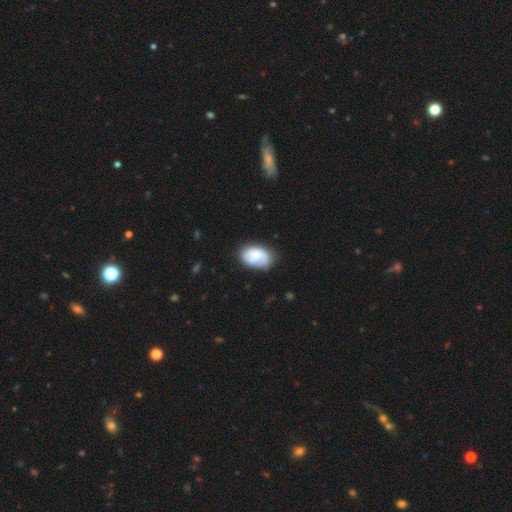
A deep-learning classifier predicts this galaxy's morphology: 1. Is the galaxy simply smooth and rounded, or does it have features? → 69% smooth, 25% featured or disk, 7% star or artifact.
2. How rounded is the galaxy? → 87% in between, 12% round, 1% cigar-shaped.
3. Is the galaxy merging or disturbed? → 68% none, 23% minor disturbance, 6% major disturbance, 3% merger.